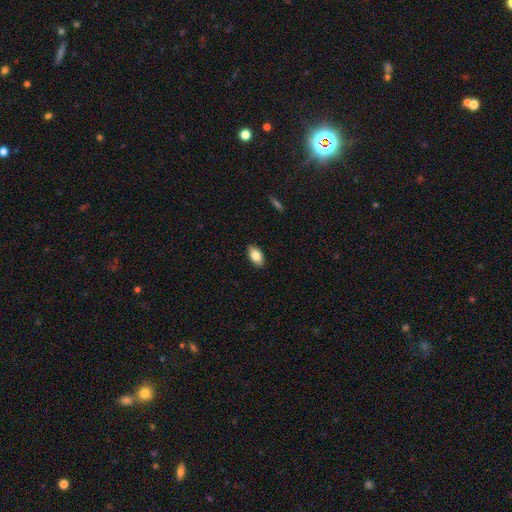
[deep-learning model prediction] smooth_or_featured: smooth (p=0.82) [alt: featured or disk p=0.11]
how_rounded: in between (p=0.92) [alt: round p=0.04]
merging: none (p=0.89) [alt: minor disturbance p=0.09]